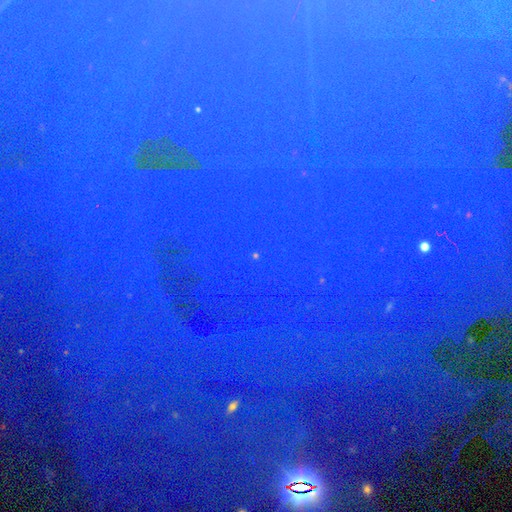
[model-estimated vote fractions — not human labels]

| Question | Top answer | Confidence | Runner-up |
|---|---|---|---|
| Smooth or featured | star or artifact | 81% | featured or disk (10%) |